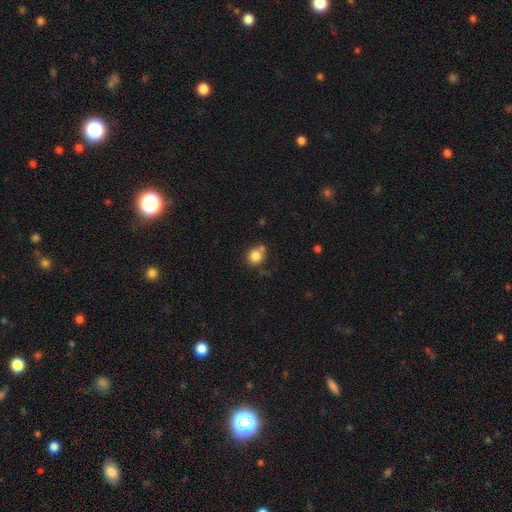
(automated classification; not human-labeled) smooth-or-featured: smooth: 83% | star or artifact: 10% | featured or disk: 7%
  how-rounded: round: 81% | in between: 18% | cigar-shaped: 1%
  merging: none: 61% | minor disturbance: 19% | merger: 13% | major disturbance: 6%